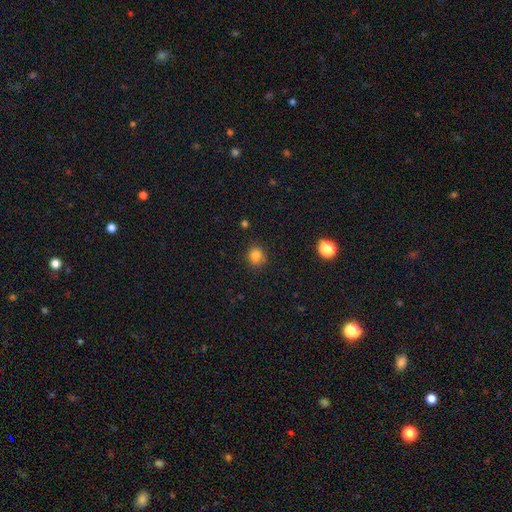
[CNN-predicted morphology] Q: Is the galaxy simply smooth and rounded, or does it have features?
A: smooth — 83%.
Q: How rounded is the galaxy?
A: round — 82%.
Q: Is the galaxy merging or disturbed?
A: none — 84%.